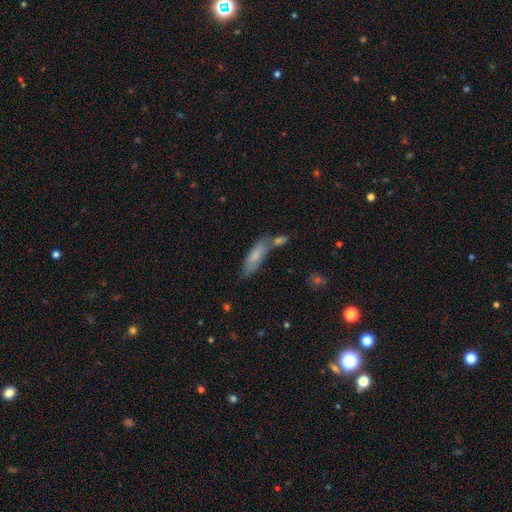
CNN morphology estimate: This appears to be a smooth galaxy with no disk features (72%) that is in between round and cigar-shaped (49%, tied with cigar-shaped). Merging: none (52%).